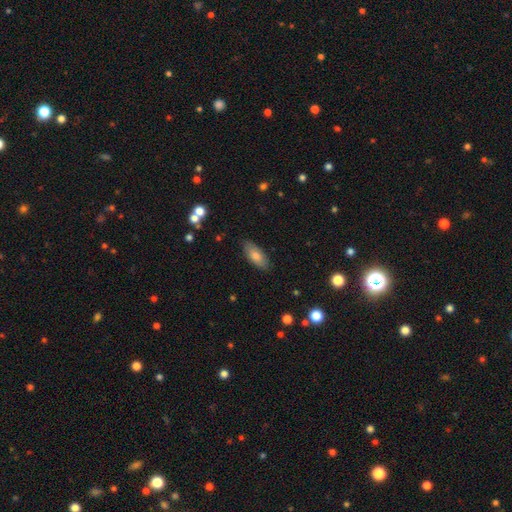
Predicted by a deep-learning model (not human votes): Overall: smooth (78%). How rounded: in between (84%). Merging: none (84%).